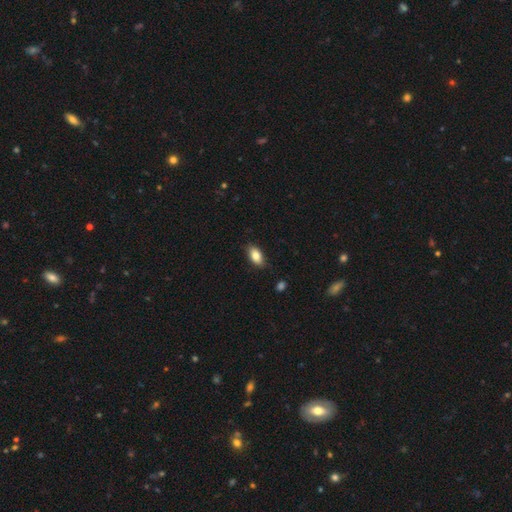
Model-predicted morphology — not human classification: A smooth galaxy with no disk features (85%) that is in between round and cigar-shaped (91%). Merging: none (83%).